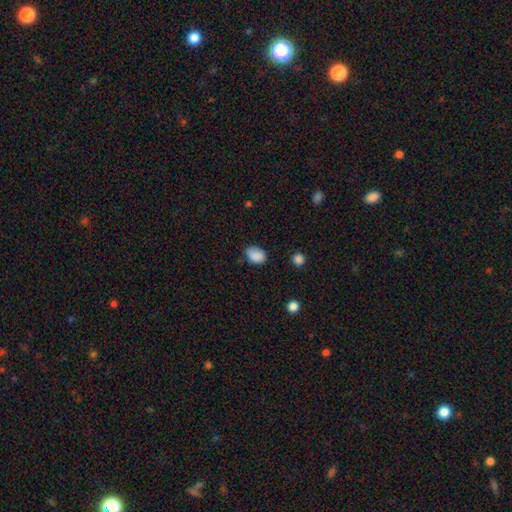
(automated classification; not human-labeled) This appears to be a smooth galaxy with no disk features (87%) that is in between round and cigar-shaped (81%). Merging: none (72%).